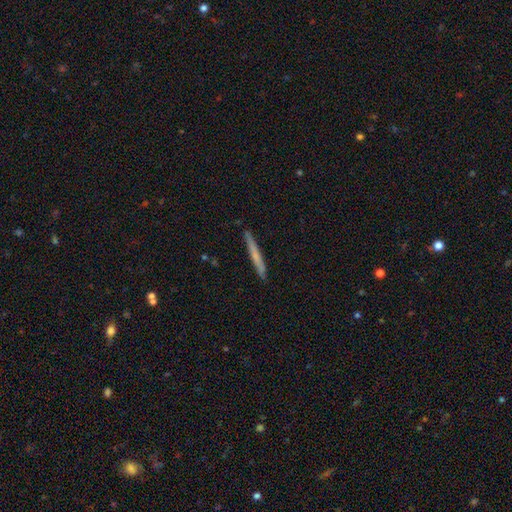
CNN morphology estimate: Q: Smooth or featured?
A: smooth (55%); runner-up: featured or disk (39%)
Q: How rounded?
A: cigar-shaped (97%); runner-up: in between (2%)
Q: Merging?
A: none (90%); runner-up: minor disturbance (7%)